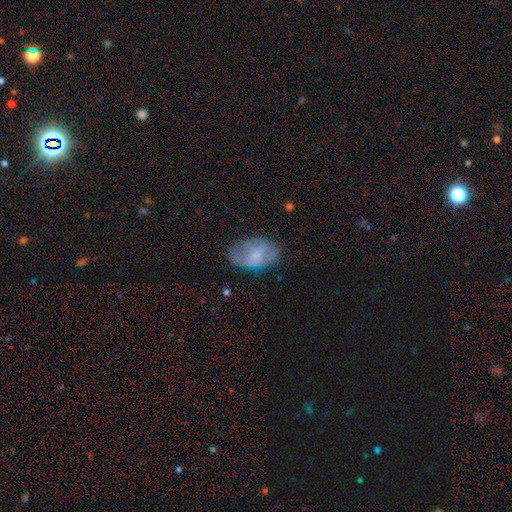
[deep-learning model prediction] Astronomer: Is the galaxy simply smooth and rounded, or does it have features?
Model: smooth — 57% (runner-up: featured or disk, 34%).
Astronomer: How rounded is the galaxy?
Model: in between — 90%.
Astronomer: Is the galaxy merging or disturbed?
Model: none — 60%.